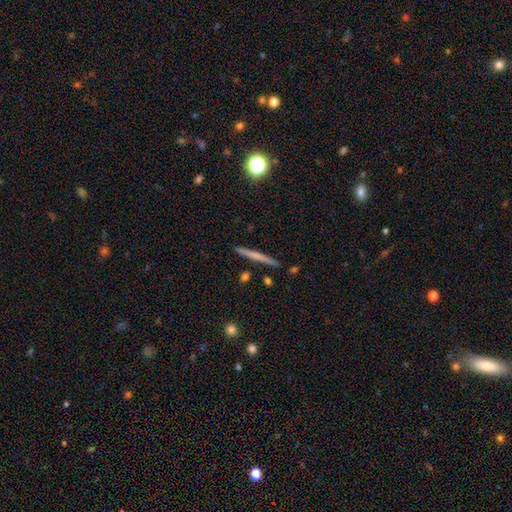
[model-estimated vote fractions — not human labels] Smooth or featured: smooth — 47% (featured or disk — 46%)
Merging: none — 90% (minor disturbance — 7%)